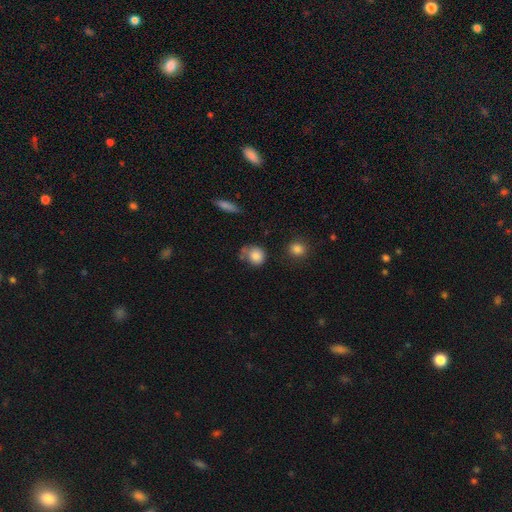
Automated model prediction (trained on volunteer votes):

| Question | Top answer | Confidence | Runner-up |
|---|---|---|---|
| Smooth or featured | smooth | 83% | star or artifact (9%) |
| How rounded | round | 78% | in between (20%) |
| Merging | none | 51% | minor disturbance (26%) |